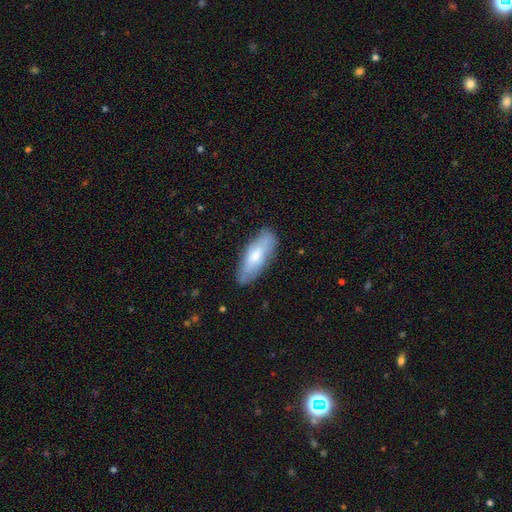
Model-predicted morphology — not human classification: smooth_or_featured: smooth (p=0.65) [alt: featured or disk p=0.29]
how_rounded: in between (p=0.62) [alt: cigar-shaped p=0.36]
merging: none (p=0.79) [alt: minor disturbance p=0.16]